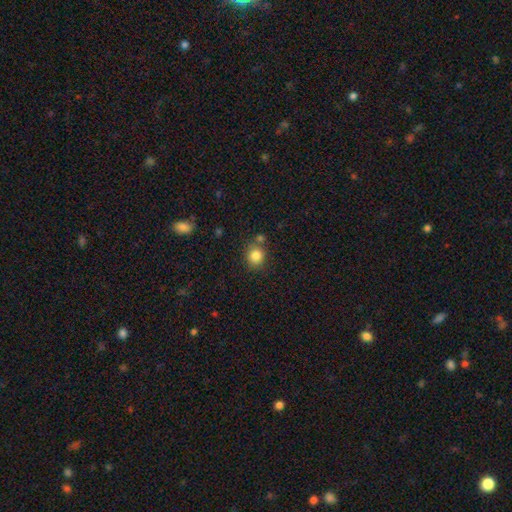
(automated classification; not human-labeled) A smooth galaxy with no disk features (84%) that is round (85%). Merging: none (74%).